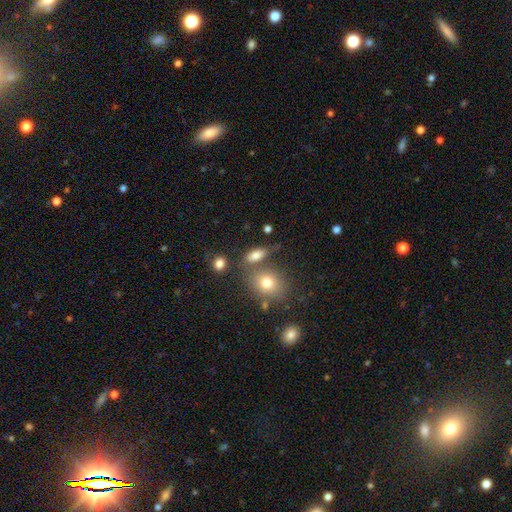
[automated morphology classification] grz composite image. It shows a smooth galaxy with no disk features (78%) that is in between round and cigar-shaped (80%). Merging: none (59%).